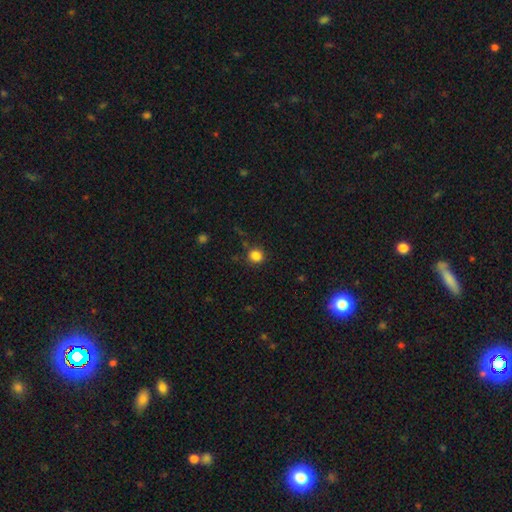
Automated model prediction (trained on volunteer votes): Smooth or featured: smooth — 84% (star or artifact — 12%)
How rounded: round — 88% (in between — 11%)
Merging: none — 85% (minor disturbance — 10%)